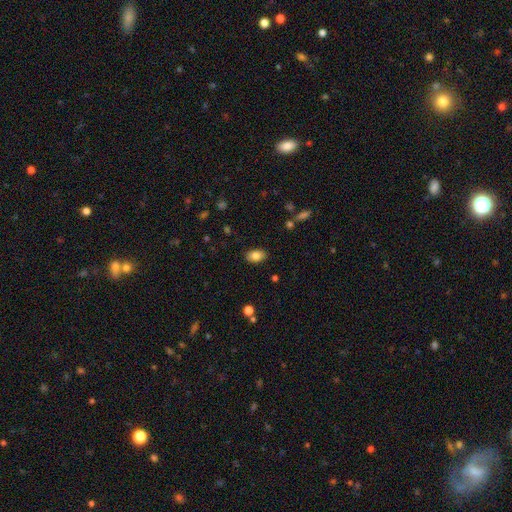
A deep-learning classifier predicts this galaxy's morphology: Smooth or featured?
  - smooth: 83% *
  - featured or disk: 9%
  - star or artifact: 8%
How rounded?
  - in between: 89% *
  - round: 9%
  - cigar-shaped: 1%
Merging?
  - none: 87% *
  - minor disturbance: 10%
  - major disturbance: 2%
  - merger: 1%